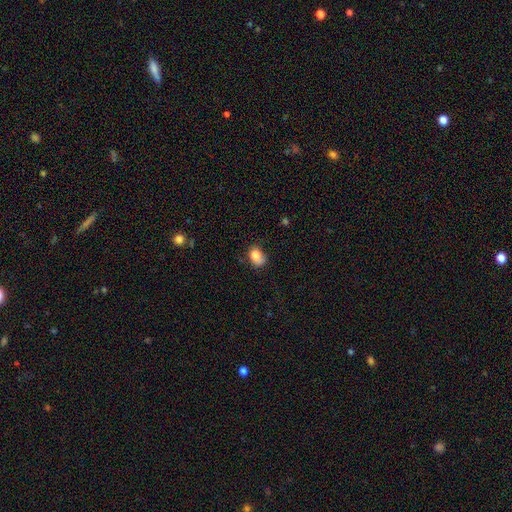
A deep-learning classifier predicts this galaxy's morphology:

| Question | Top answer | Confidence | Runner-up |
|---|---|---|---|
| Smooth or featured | smooth | 83% | star or artifact (9%) |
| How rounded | in between | 76% | round (23%) |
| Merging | none | 58% | minor disturbance (30%) |